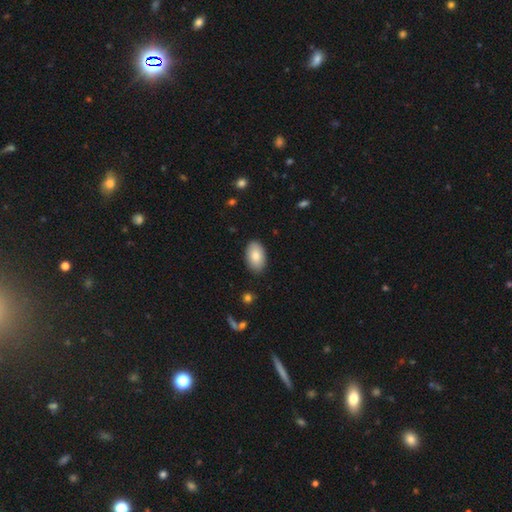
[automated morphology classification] A smooth galaxy with no disk features (83%) that is in between round and cigar-shaped (94%).

Vote fractions:
- Smooth or featured? smooth: 83% / featured or disk: 11% / star or artifact: 6%
- How rounded? in between: 94% / round: 5% / cigar-shaped: 1%
- Merging? none: 87% / minor disturbance: 10% / major disturbance: 2% / merger: 1%